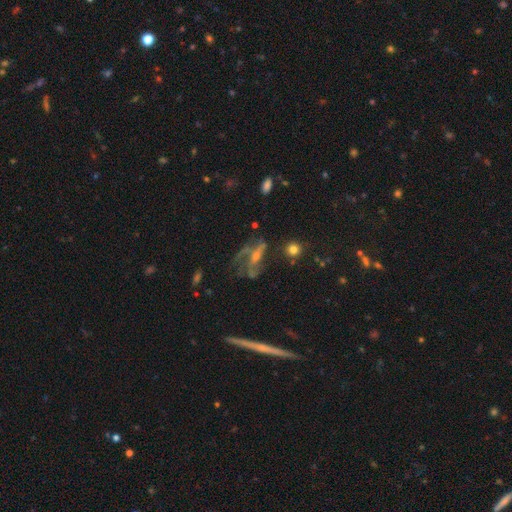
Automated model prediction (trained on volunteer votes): Smooth or featured: featured or disk — 65% (star or artifact — 18%)
Edge-on disk: no — 79% (yes — 21%)
Bar: no — 54% (weak — 29%)
Spiral arms: yes — 64% (no — 36%)
Bulge size: small — 43% (moderate — 35%)
Merging: none — 47% (major disturbance — 28%)